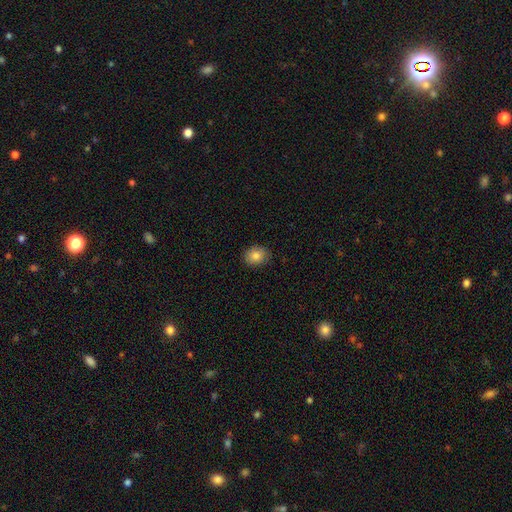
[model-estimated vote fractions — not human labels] A smooth galaxy with no disk features (83%) that is round (56%). Merging: none (86%).